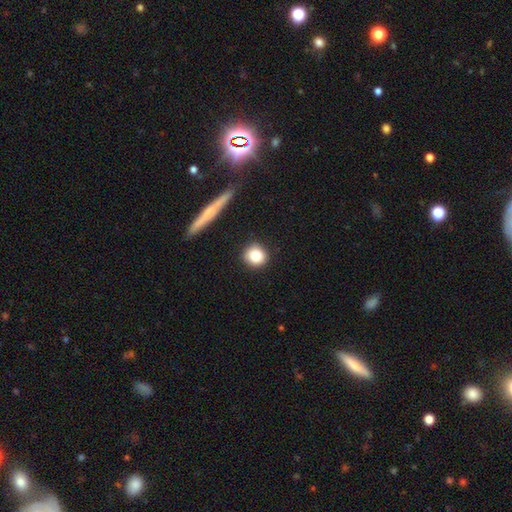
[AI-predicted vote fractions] Smooth or featured?
  - smooth: 82% *
  - star or artifact: 9%
  - featured or disk: 8%
How rounded?
  - round: 87% *
  - in between: 11%
  - cigar-shaped: 2%
Merging?
  - none: 89% *
  - minor disturbance: 7%
  - merger: 2%
  - major disturbance: 2%